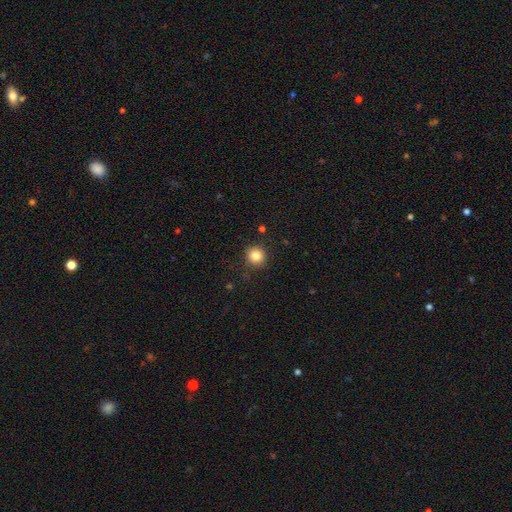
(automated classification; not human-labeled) smooth 84%, star or artifact 11%, featured or disk 5%. Down the decision tree: how rounded — round (92%); merging — none (89%).